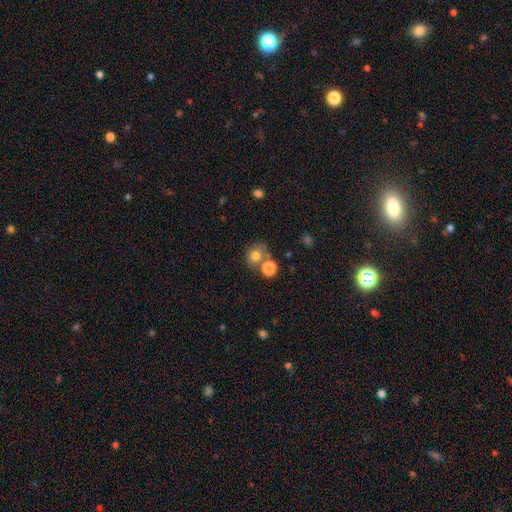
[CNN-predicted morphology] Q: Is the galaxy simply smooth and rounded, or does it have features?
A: smooth — 76%.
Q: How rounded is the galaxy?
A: round — 72%.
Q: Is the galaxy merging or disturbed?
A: none — 56%.